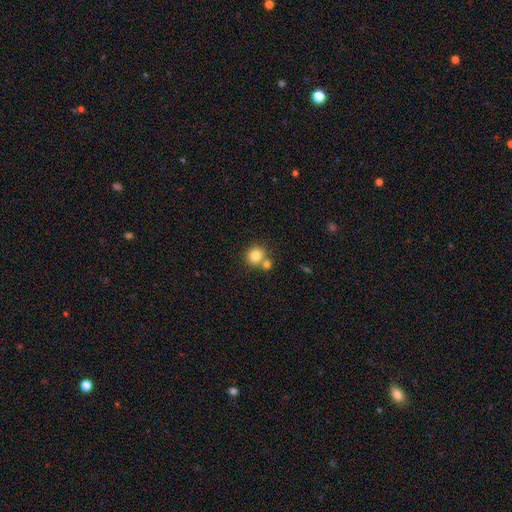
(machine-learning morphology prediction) Overall: smooth (81%). How rounded: round (89%). Merging: none (60%; merger 30%).